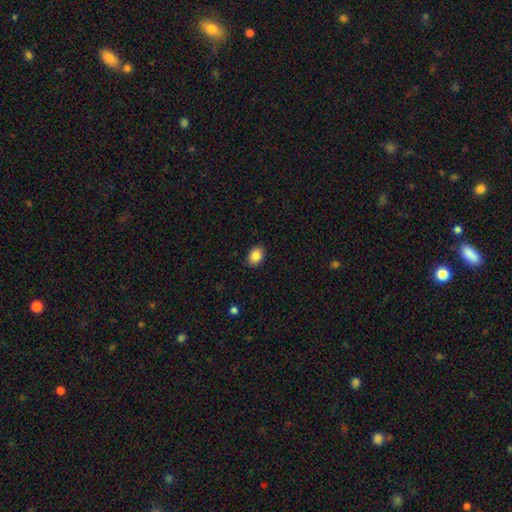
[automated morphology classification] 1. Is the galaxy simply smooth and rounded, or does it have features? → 86% smooth, 8% star or artifact, 6% featured or disk.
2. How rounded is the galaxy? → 73% in between, 26% round, 1% cigar-shaped.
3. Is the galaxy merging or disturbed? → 89% none, 8% minor disturbance, 2% major disturbance, 1% merger.